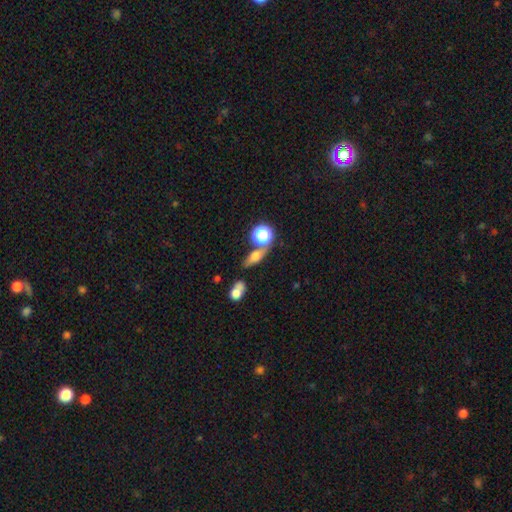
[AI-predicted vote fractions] Smooth or featured?
  - smooth: 57% *
  - featured or disk: 25%
  - star or artifact: 18%
How rounded?
  - in between: 47% *
  - cigar-shaped: 27%
  - round: 26%
Merging?
  - none: 60% *
  - merger: 20%
  - minor disturbance: 14%
  - major disturbance: 6%